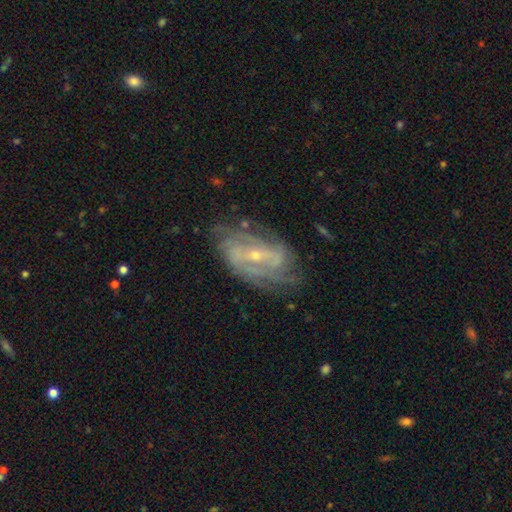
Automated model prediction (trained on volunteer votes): smooth_or_featured: featured or disk (p=0.86) [alt: smooth p=0.07]
disk_edge_on: no (p=0.95) [alt: yes p=0.05]
bar: weak (p=0.41) [alt: strong p=0.33]
has_spiral_arms: yes (p=0.93) [alt: no p=0.07]
spiral_winding: tight (p=0.49) [alt: medium p=0.37]
spiral_arm_count: can't tell (p=0.32) [tied with: 2 p=0.32]
bulge_size: small (p=0.71) [alt: moderate p=0.26]
merging: none (p=0.68) [alt: minor disturbance p=0.21]